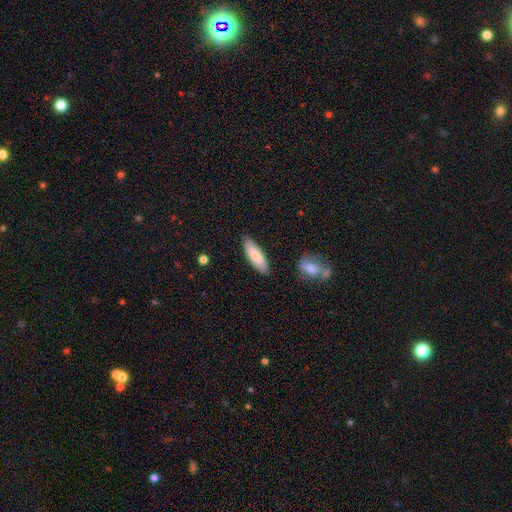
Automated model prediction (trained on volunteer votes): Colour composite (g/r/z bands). It shows a smooth galaxy with no disk features (76%) that is in between round and cigar-shaped (59%). Merging: none (84%).